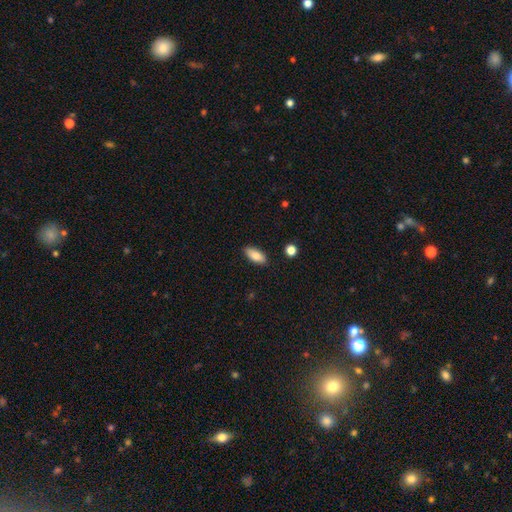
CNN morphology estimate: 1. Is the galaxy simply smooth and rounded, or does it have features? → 83% smooth, 10% featured or disk, 7% star or artifact.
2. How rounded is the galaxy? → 84% in between, 14% cigar-shaped, 2% round.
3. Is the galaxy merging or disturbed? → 87% none, 9% minor disturbance, 2% major disturbance, 2% merger.